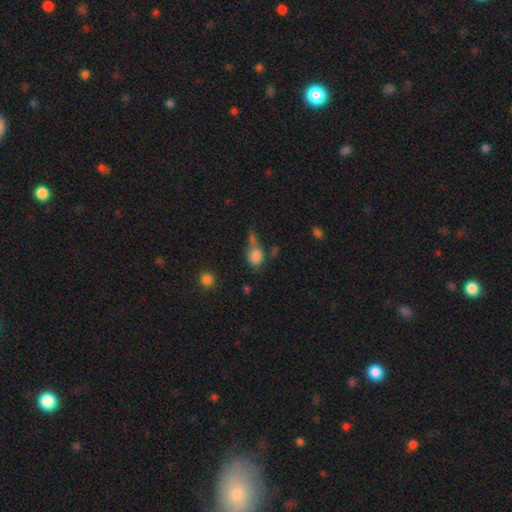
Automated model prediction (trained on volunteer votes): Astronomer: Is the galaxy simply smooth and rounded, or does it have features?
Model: smooth — 79%.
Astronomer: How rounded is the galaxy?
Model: round — 55% (runner-up: in between, 42%).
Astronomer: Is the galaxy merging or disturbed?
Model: none — 35% (runner-up: merger, 31%).